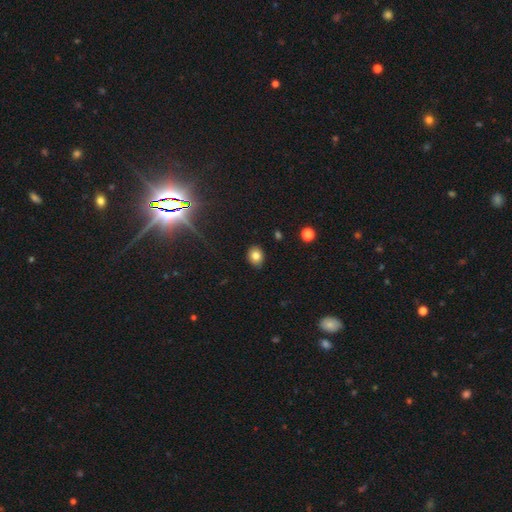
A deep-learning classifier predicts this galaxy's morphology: Overall: smooth (80%). How rounded: round (59%; in between 40%). Merging: none (88%).